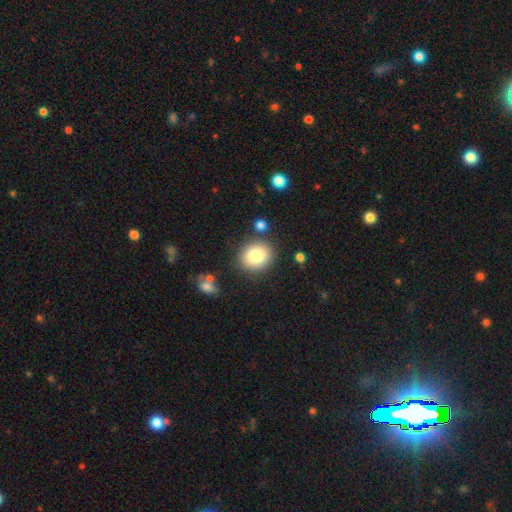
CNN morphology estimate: The model was most divided on "how rounded": round: 73%, in between: 26%, cigar-shaped: 1%. More confident: merging — none (83%); smooth or featured — smooth (82%).